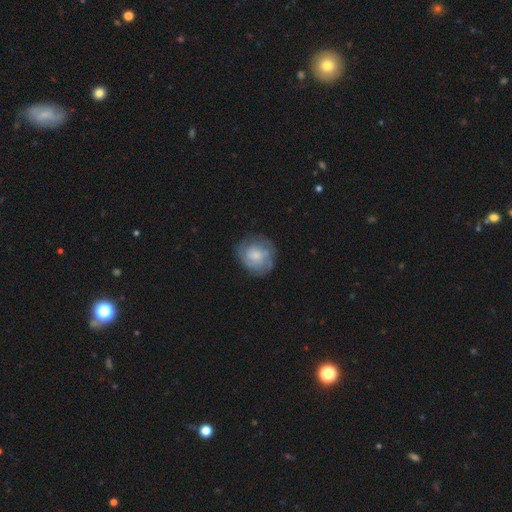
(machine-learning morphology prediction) A featured or disk galaxy (51%). Merging: none (75%).